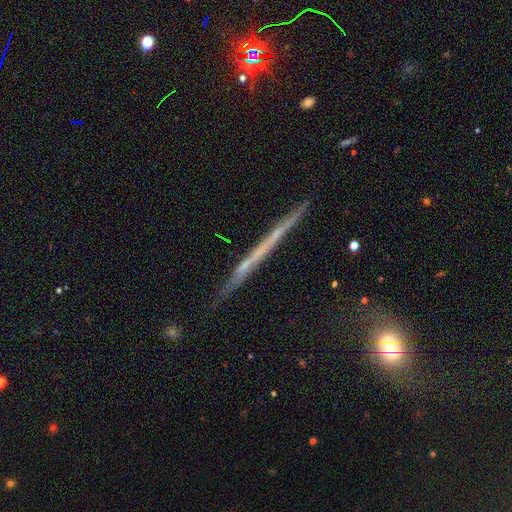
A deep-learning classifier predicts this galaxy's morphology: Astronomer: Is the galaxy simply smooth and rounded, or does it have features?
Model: featured or disk — 64%.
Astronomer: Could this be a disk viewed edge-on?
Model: yes — 96%.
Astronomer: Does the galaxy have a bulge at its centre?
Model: none — 88%.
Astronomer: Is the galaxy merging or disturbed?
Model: none — 85%.